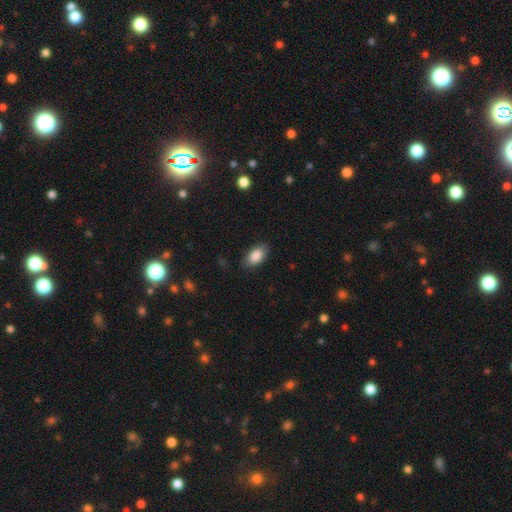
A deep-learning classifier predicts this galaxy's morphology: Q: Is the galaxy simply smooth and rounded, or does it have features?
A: smooth — 87%.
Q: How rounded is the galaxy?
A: in between — 93%.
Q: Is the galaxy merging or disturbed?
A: none — 81%.